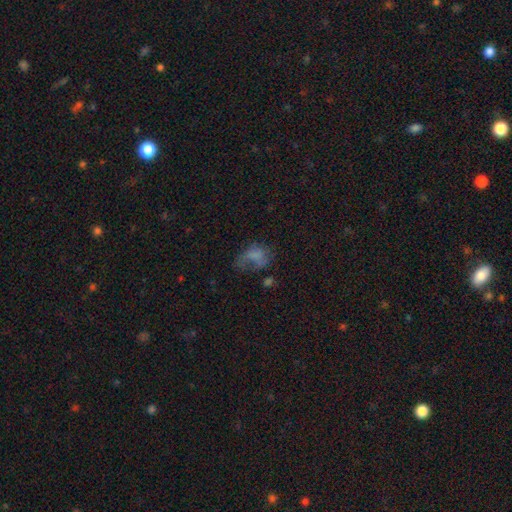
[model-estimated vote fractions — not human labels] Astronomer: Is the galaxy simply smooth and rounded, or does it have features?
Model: smooth — 55%.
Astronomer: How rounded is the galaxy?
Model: in between — 76%.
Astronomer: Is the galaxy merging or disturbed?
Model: major disturbance — 42% (runner-up: none, 29%).